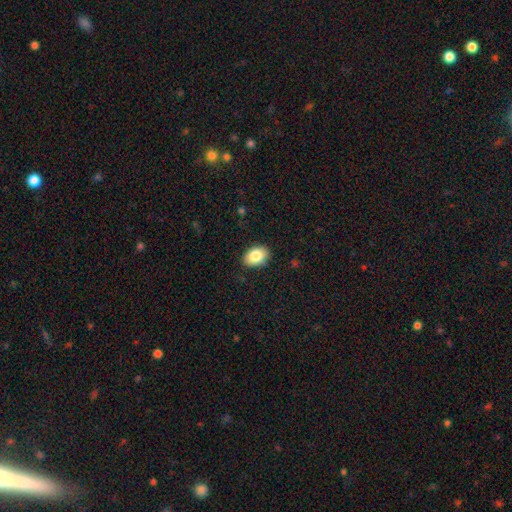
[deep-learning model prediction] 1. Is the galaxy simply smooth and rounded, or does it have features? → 85% smooth, 7% featured or disk, 7% star or artifact.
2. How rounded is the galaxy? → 84% in between, 15% round, 1% cigar-shaped.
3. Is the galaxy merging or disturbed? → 87% none, 10% minor disturbance, 2% major disturbance, 1% merger.